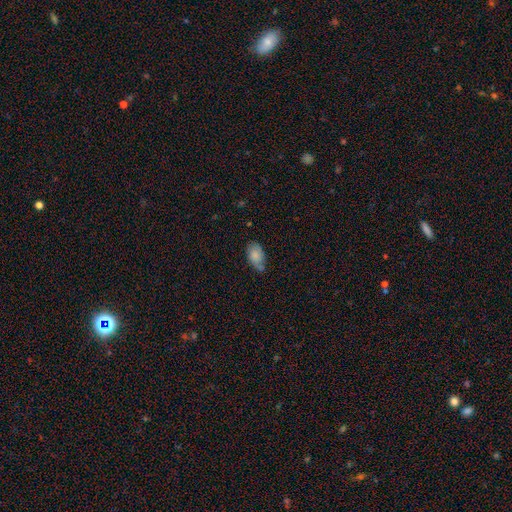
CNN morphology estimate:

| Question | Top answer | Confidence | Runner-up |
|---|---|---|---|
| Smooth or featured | smooth | 76% | featured or disk (16%) |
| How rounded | in between | 92% | round (6%) |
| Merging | none | 53% | minor disturbance (34%) |